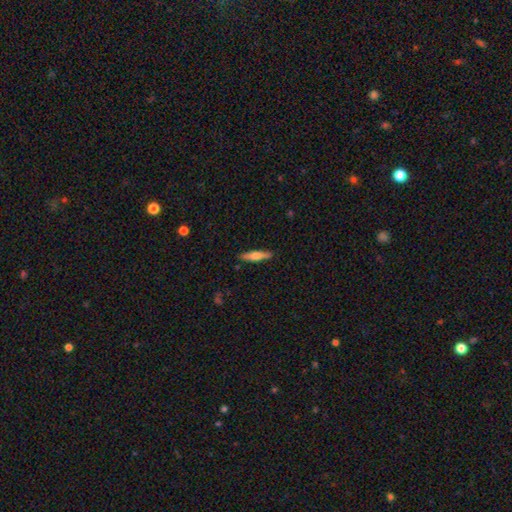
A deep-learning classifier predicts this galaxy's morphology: smooth_or_featured: smooth (p=0.63) [alt: featured or disk p=0.31]
how_rounded: cigar-shaped (p=0.80) [alt: in between p=0.18]
merging: none (p=0.88) [alt: minor disturbance p=0.09]